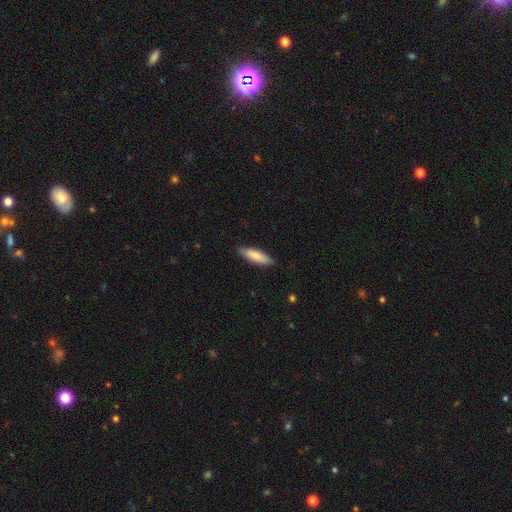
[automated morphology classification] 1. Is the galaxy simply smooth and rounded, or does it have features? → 80% smooth, 15% featured or disk, 5% star or artifact.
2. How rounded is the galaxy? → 51% cigar-shaped, 48% in between, 1% round.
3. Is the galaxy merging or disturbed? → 85% none, 12% minor disturbance, 2% major disturbance, 1% merger.